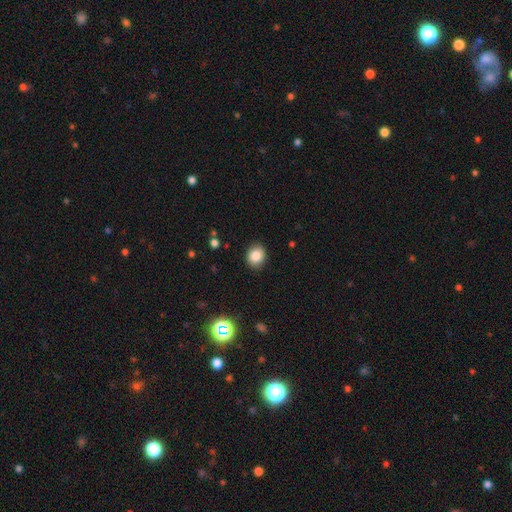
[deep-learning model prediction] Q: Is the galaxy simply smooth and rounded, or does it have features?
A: smooth — 84%.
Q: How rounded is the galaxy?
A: round — 64%.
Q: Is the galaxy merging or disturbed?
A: none — 89%.